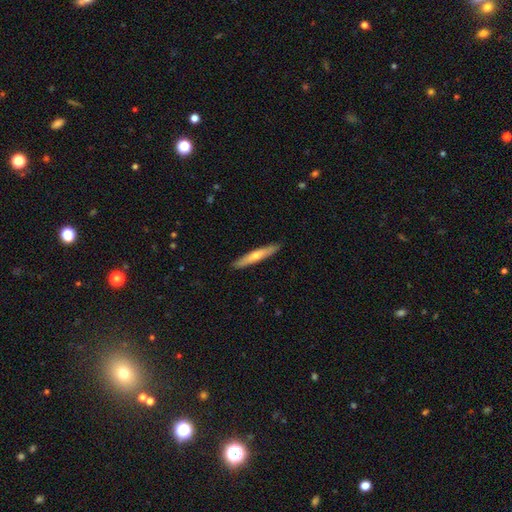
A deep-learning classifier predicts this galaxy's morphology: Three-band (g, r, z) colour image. It shows a smooth galaxy with no disk features (51%) that is cigar-shaped (92%). Merging: none (90%).